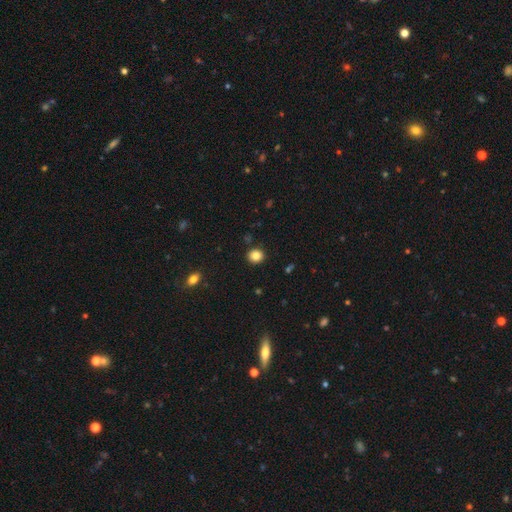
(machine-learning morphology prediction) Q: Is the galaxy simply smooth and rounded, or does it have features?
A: smooth — 84%.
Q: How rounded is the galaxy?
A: round — 81%.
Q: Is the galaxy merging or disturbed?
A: none — 91%.